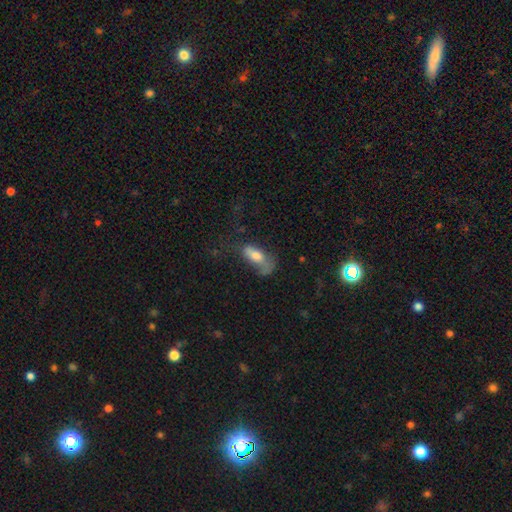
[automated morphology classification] Smooth or featured? smooth (65%)
How rounded? in between (80%)
Merging? major disturbance (43%)